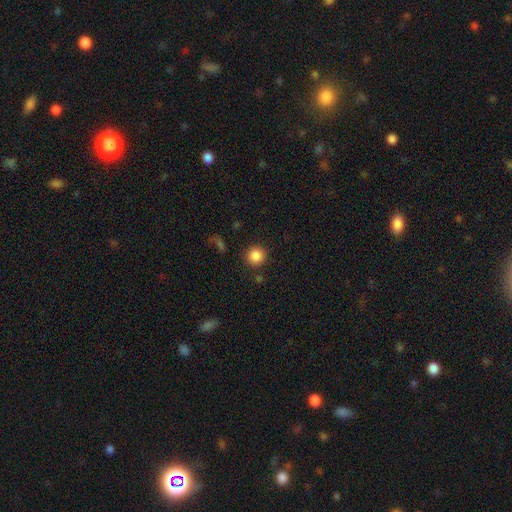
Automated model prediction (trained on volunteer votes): Smooth or featured? Predicted: smooth (p=0.86). How rounded? Predicted: round (p=0.93). Merging? Predicted: none (p=0.88).